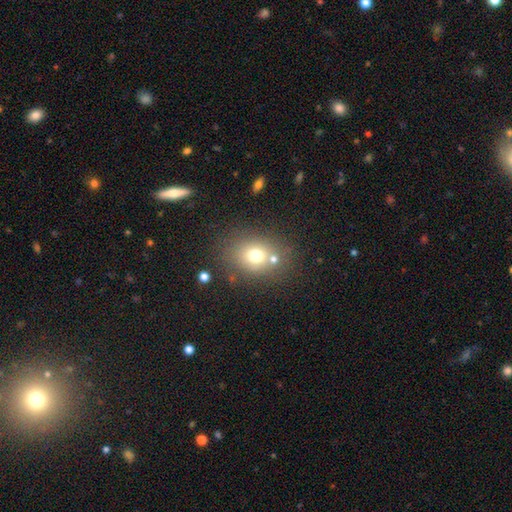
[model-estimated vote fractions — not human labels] This is likely a smooth galaxy (70%). How rounded: possibly round (54%). Merging: likely none (67%).